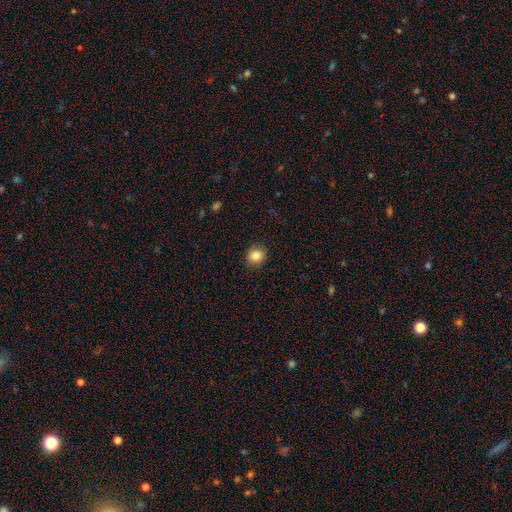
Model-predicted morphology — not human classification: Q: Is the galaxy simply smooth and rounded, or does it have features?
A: smooth — 85%.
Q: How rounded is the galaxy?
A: round — 78%.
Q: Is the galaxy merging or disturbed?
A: none — 90%.